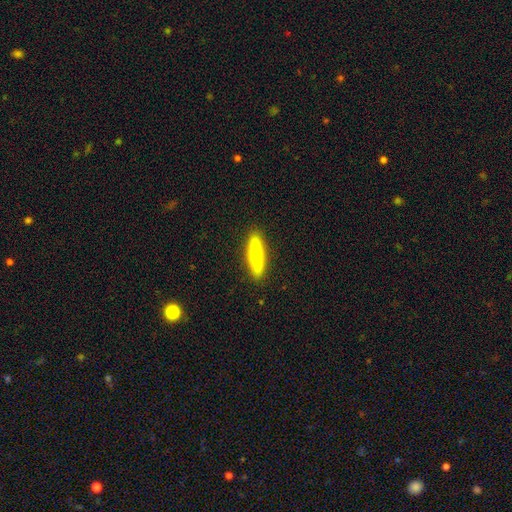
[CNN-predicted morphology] A smooth galaxy with no disk features (65%) that is cigar-shaped (74%).

Vote fractions:
- Smooth or featured? smooth: 65% / featured or disk: 29% / star or artifact: 6%
- How rounded? cigar-shaped: 74% / in between: 24% / round: 2%
- Merging? none: 89% / minor disturbance: 8% / major disturbance: 2% / merger: 1%